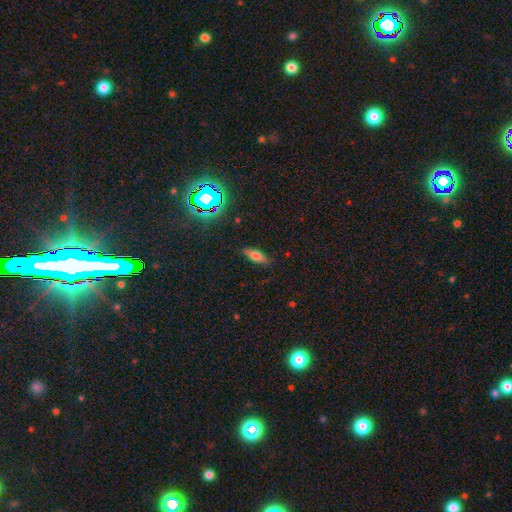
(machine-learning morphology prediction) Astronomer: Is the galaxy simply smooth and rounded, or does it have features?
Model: smooth — 59%.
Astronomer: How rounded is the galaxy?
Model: in between — 57% (runner-up: cigar-shaped, 39%).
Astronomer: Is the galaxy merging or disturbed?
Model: none — 85%.